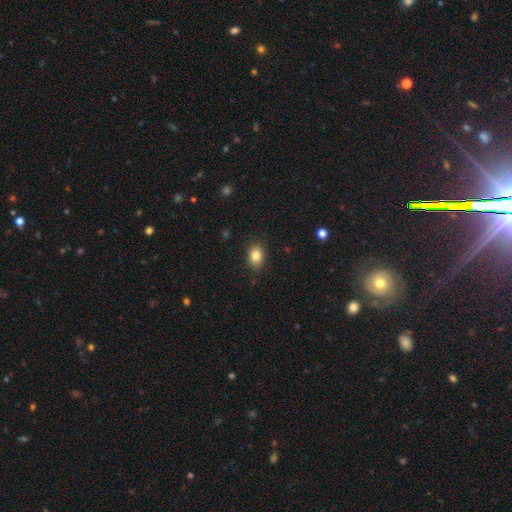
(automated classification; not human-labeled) Smooth or featured: smooth — 83% (star or artifact — 9%)
How rounded: in between — 72% (round — 27%)
Merging: none — 88% (minor disturbance — 9%)